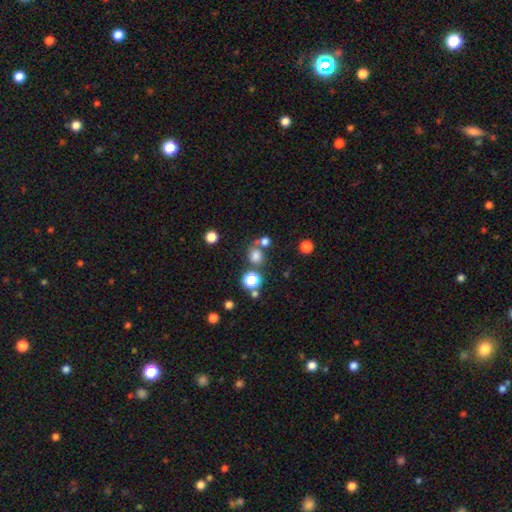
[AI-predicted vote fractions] Morphology: type=smooth (73%); roundness=round (78%); merging=none (61%).